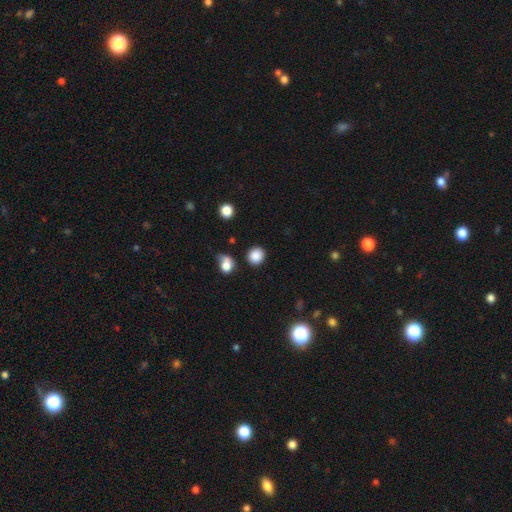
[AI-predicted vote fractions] This is clearly a smooth galaxy (86%). How rounded: clearly round (82%). Merging: clearly none (84%).